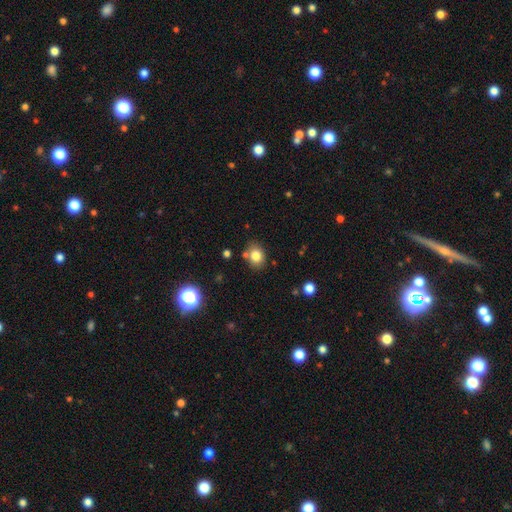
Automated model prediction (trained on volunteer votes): Overall: smooth (81%). How rounded: in between (53%; round 46%). Merging: none (75%).